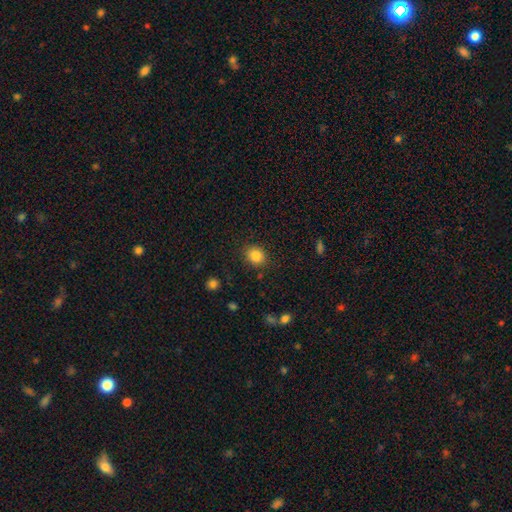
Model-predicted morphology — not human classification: A smooth galaxy with no disk features (84%) that is round (69%).

Vote fractions:
- Smooth or featured? smooth: 84% / star or artifact: 10% / featured or disk: 5%
- How rounded? round: 69% / in between: 30% / cigar-shaped: 1%
- Merging? none: 86% / minor disturbance: 9% / major disturbance: 3% / merger: 2%